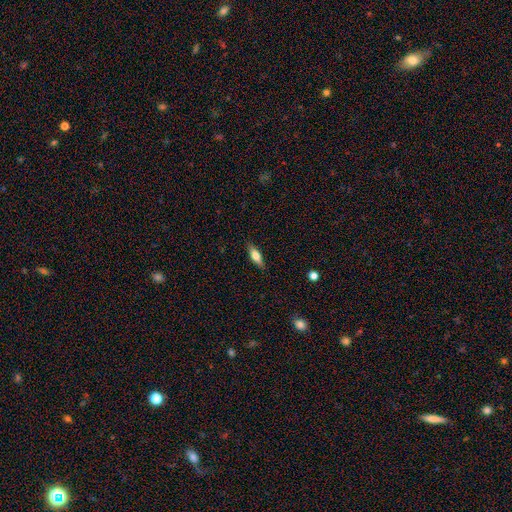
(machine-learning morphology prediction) Overall: smooth (68%). How rounded: in between (58%; cigar-shaped 39%). Merging: none (85%).